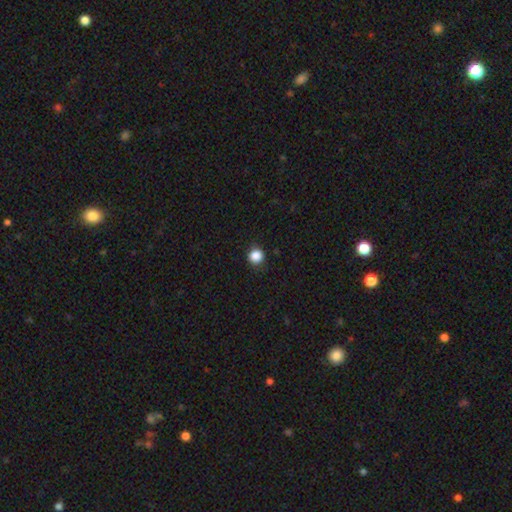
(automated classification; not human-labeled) Smooth or featured? Predicted: smooth (p=0.86). How rounded? Predicted: round (p=0.91). Merging? Predicted: none (p=0.88).